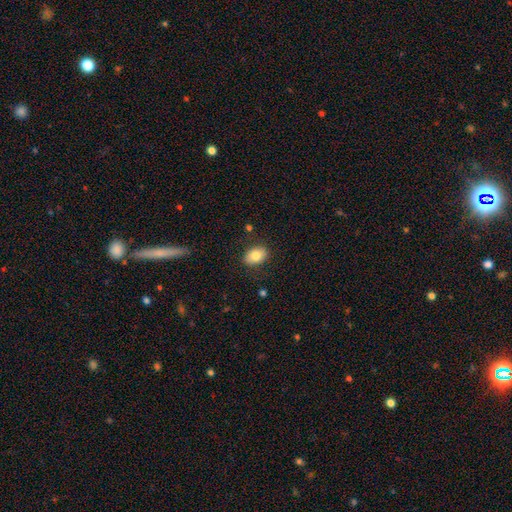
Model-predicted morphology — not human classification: A smooth galaxy with no disk features (81%) that is in between round and cigar-shaped (80%). Merging: none (83%).